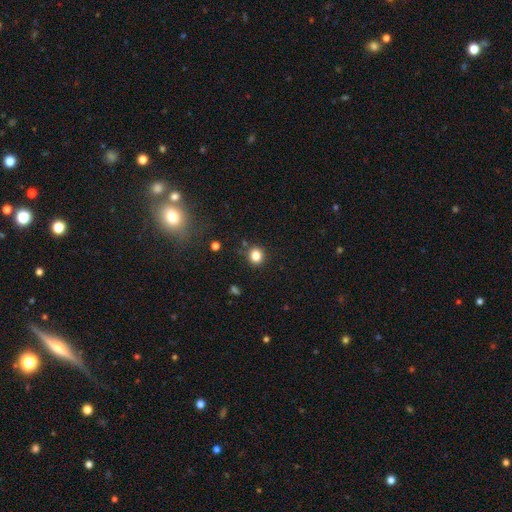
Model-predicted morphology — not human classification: This appears to be a smooth galaxy with no disk features (83%) that is round (82%). Merging: none (84%).